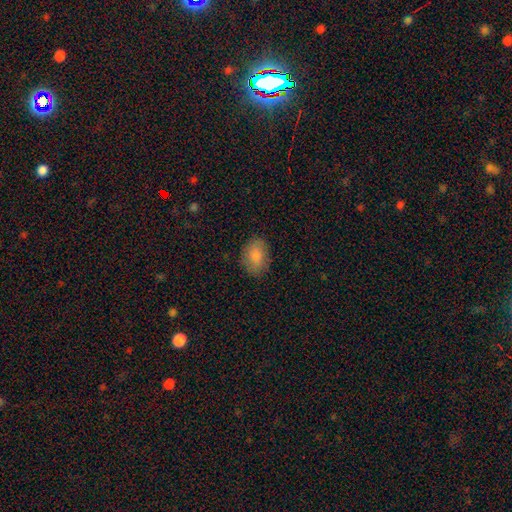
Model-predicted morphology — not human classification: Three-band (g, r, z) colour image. It shows a smooth galaxy with no disk features (85%) that is in between round and cigar-shaped (79%). Merging: none (82%).